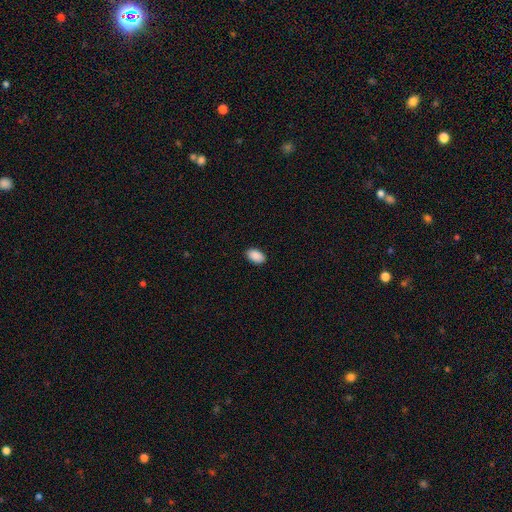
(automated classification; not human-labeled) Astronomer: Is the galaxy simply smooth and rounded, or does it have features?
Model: smooth — 91%.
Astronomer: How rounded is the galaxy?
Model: in between — 92%.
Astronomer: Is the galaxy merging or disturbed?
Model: none — 90%.